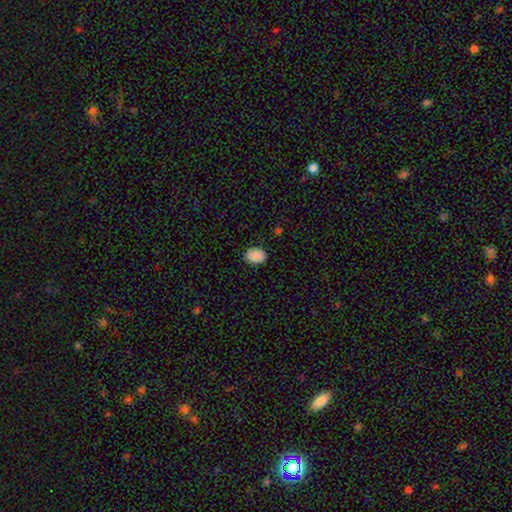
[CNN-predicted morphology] Smooth or featured? smooth (89%)
How rounded? in between (75%)
Merging? none (87%)